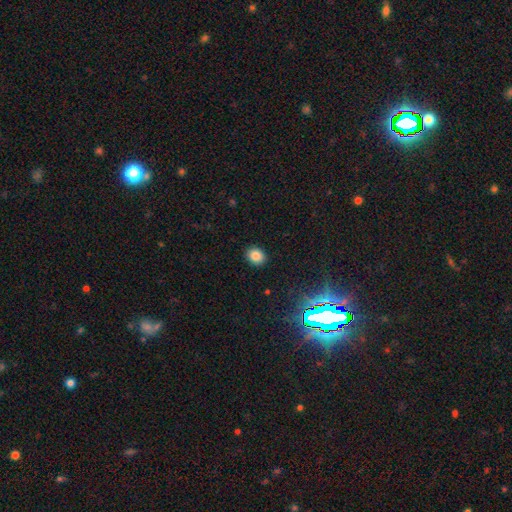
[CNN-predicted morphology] This is clearly a smooth galaxy (83%). How rounded: possibly round (59%). Merging: clearly none (90%).